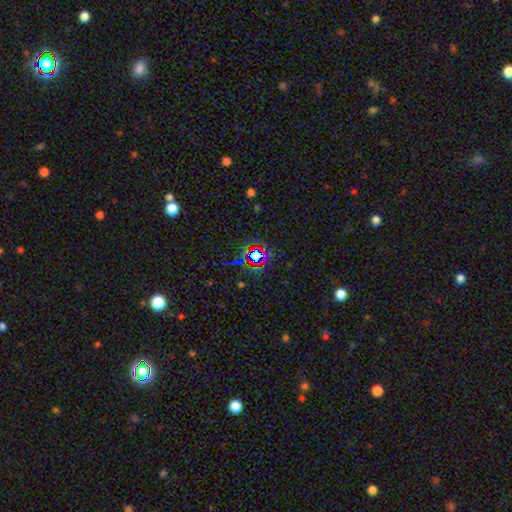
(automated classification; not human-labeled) The model was most divided on "smooth or featured": star or artifact: 69%, smooth: 20%, featured or disk: 11%.